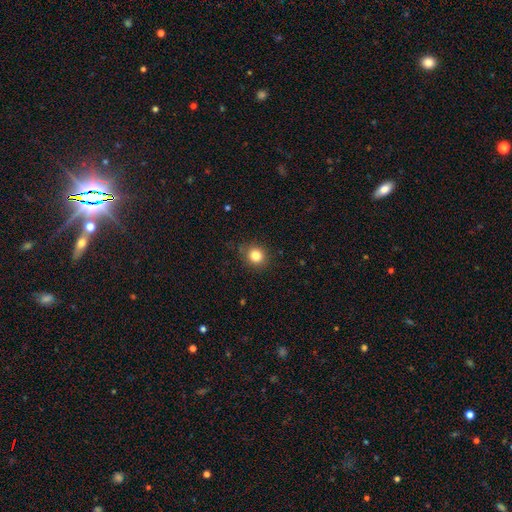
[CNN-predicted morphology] smooth_or_featured: smooth (p=0.83) [alt: star or artifact p=0.11]
how_rounded: round (p=0.84) [alt: in between p=0.15]
merging: none (p=0.83) [alt: minor disturbance p=0.13]